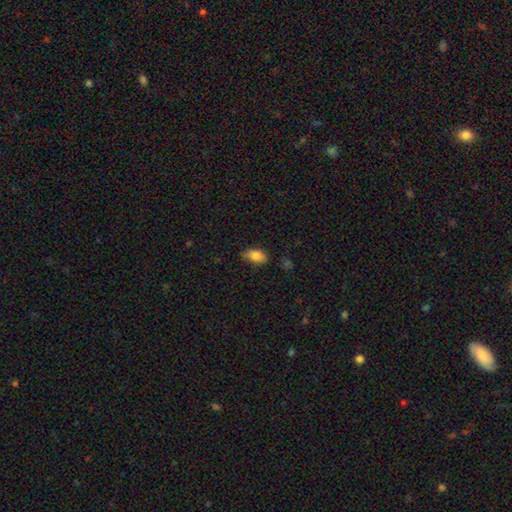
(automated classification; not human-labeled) smooth 84%, star or artifact 8%, featured or disk 8%. Down the decision tree: how rounded — in between (90%); merging — none (75%).